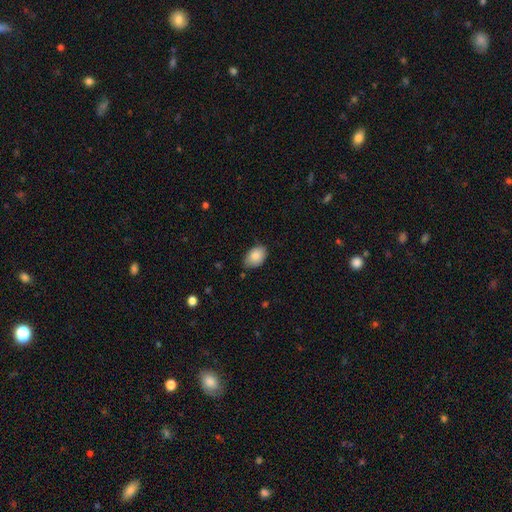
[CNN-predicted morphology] Smooth or featured? smooth (85%)
How rounded? in between (88%)
Merging? none (77%)